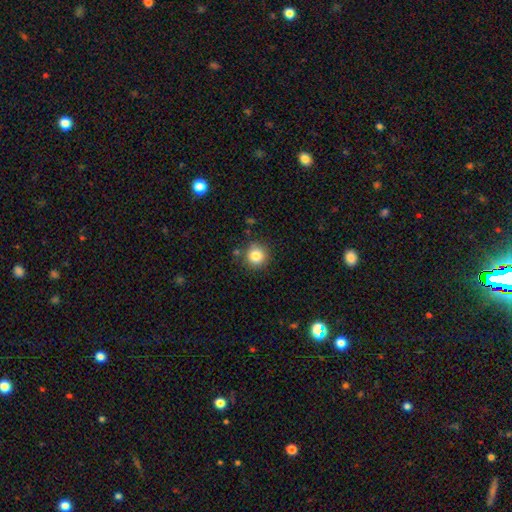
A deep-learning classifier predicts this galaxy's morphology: This appears to be a smooth galaxy with no disk features (84%) that is round (94%). Merging: none (85%).